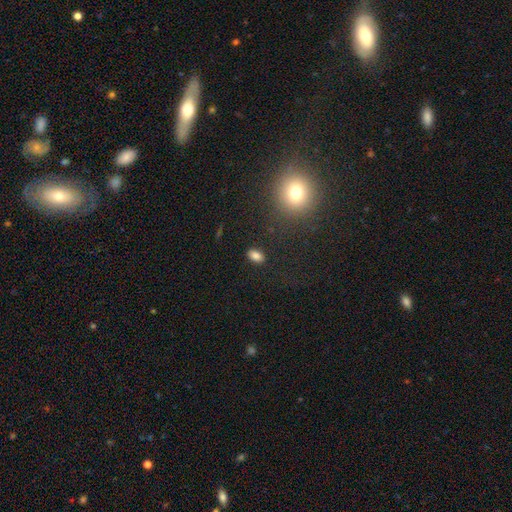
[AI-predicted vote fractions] smooth_or_featured: smooth (p=0.83) [alt: star or artifact p=0.12]
how_rounded: in between (p=0.88) [alt: round p=0.09]
merging: none (p=0.87) [alt: minor disturbance p=0.09]